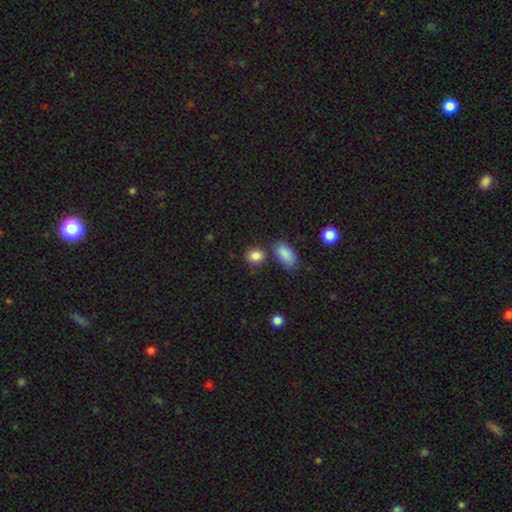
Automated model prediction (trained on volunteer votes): A smooth galaxy with no disk features (86%) that is in between round and cigar-shaped (50%).

Vote fractions:
- Smooth or featured? smooth: 86% / star or artifact: 9% / featured or disk: 5%
- How rounded? in between: 50% / round: 48% / cigar-shaped: 2%
- Merging? none: 71% / minor disturbance: 13% / merger: 12% / major disturbance: 4%